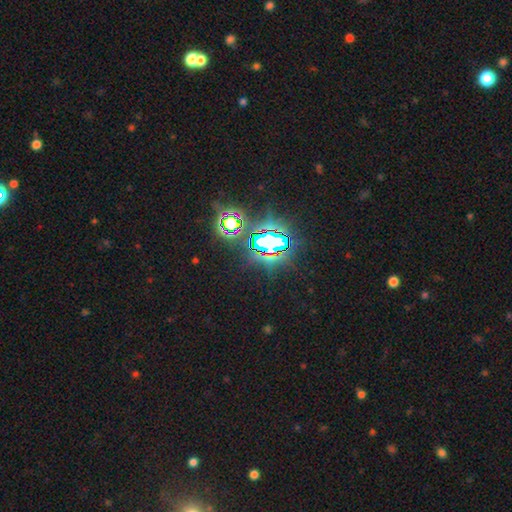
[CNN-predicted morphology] A star or artifact, not a galaxy (84%).